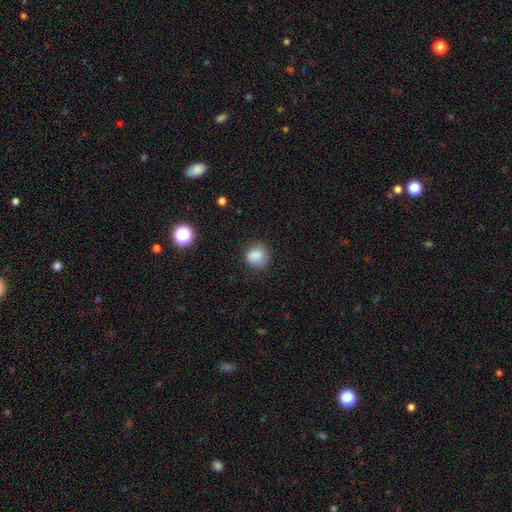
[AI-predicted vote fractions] Smooth or featured? smooth (85%)
How rounded? round (82%)
Merging? none (77%)